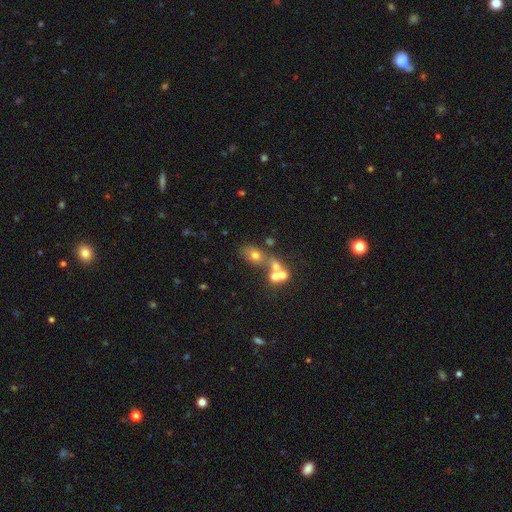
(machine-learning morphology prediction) The model was most divided on "merging": merger: 48%, none: 36%, minor disturbance: 9%, major disturbance: 7%. Remaining: smooth or featured — smooth (49%).